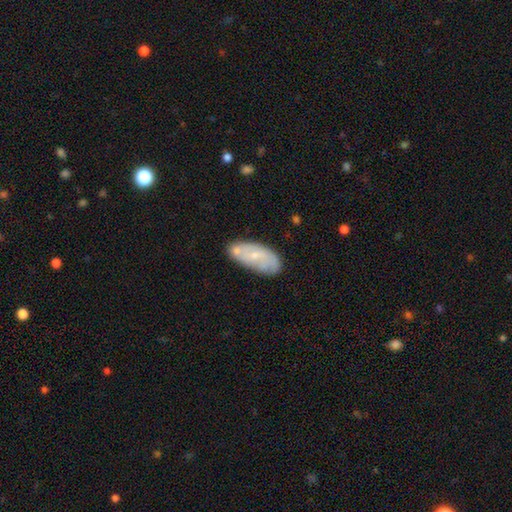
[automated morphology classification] This is possibly a featured or disk galaxy (47%, tied with smooth). Merging: likely none (61%).